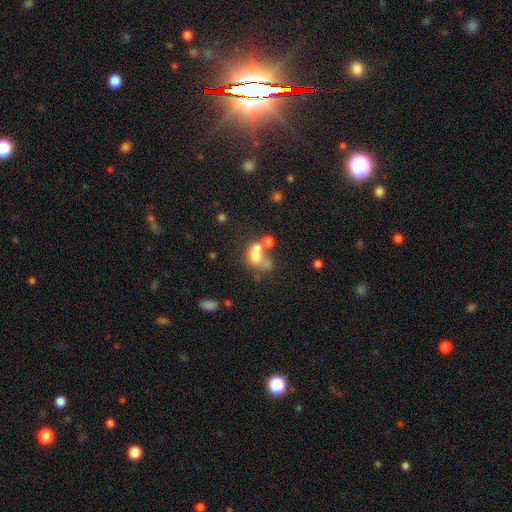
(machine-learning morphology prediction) smooth_or_featured: smooth (p=0.57) [alt: featured or disk p=0.28]
how_rounded: in between (p=0.53) [alt: round p=0.45]
merging: merger (p=0.57) [alt: none p=0.22]